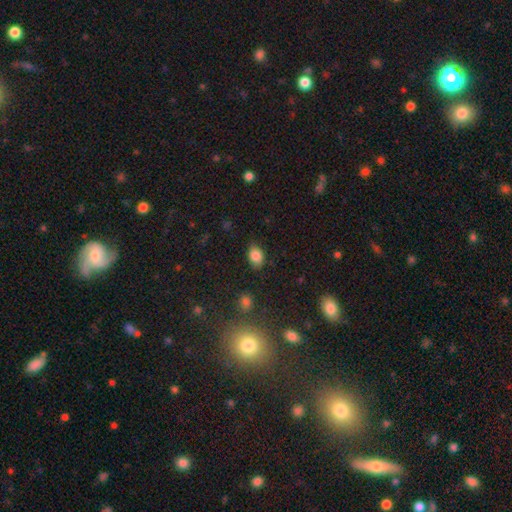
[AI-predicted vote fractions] Smooth or featured: smooth — 85% (star or artifact — 10%)
How rounded: in between — 78% (round — 21%)
Merging: none — 82% (minor disturbance — 13%)